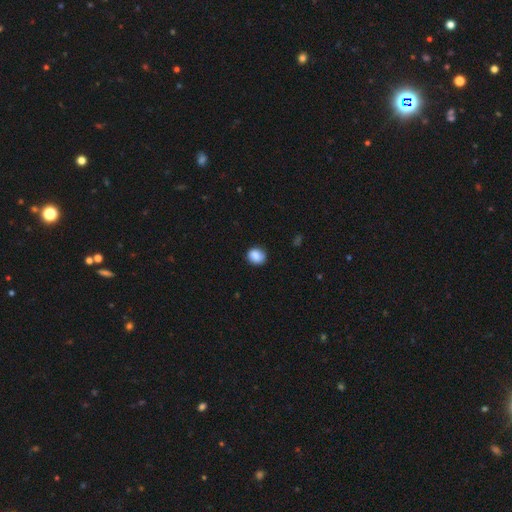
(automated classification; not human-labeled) smooth_or_featured: smooth (p=0.86) [alt: star or artifact p=0.08]
how_rounded: round (p=0.69) [alt: in between p=0.30]
merging: none (p=0.84) [alt: minor disturbance p=0.12]